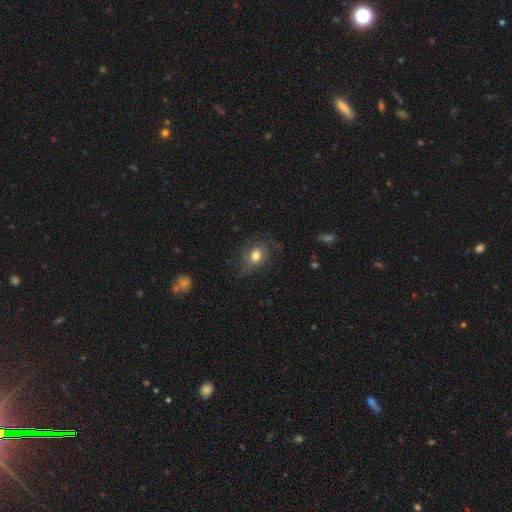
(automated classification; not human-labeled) Smooth or featured? Predicted: smooth (p=0.67). How rounded? Predicted: in between (p=0.61). Merging? Predicted: none (p=0.58).